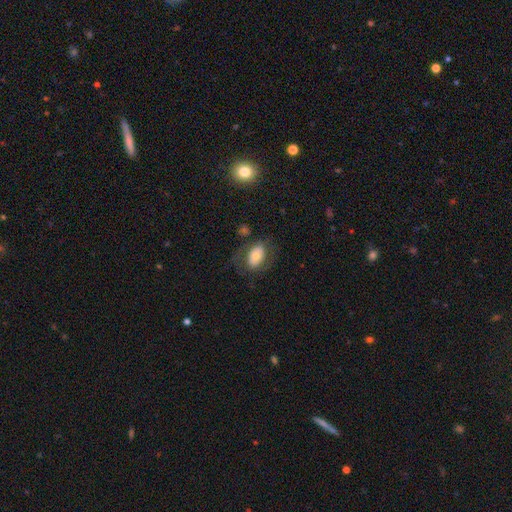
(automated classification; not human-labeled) A smooth galaxy with no disk features (62%) that is in between round and cigar-shaped (86%). Merging: none (63%).